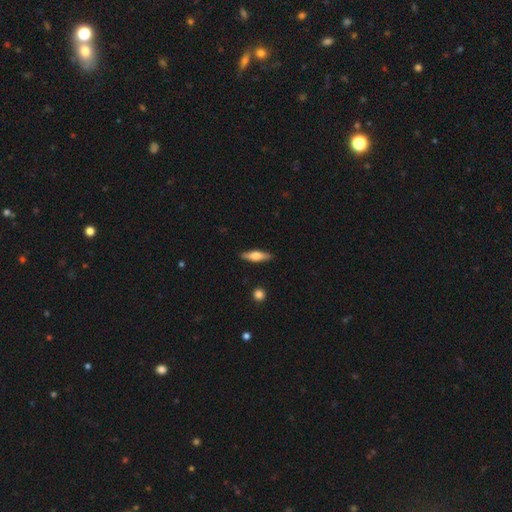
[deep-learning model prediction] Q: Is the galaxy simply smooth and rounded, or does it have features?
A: smooth — 55%.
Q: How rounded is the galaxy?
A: cigar-shaped — 57%.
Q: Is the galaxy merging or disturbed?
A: none — 89%.